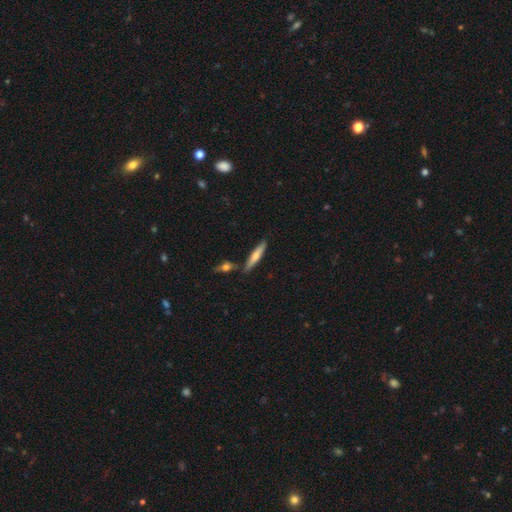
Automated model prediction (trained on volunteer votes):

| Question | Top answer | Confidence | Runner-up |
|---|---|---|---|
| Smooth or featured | smooth | 61% | featured or disk (33%) |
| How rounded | cigar-shaped | 87% | in between (12%) |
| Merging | none | 79% | minor disturbance (10%) |